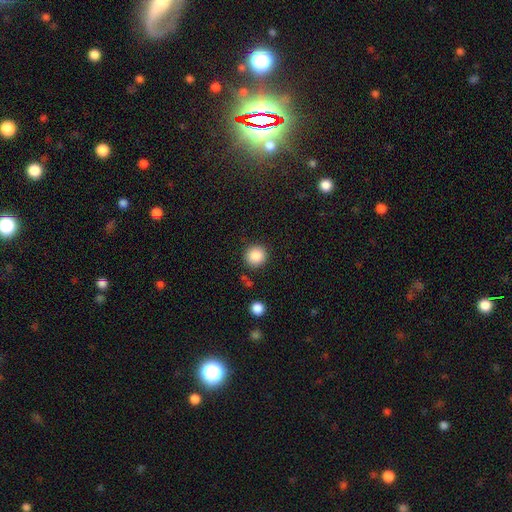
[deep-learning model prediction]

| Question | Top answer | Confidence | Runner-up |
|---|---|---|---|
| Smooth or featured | smooth | 87% | star or artifact (9%) |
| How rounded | round | 92% | in between (7%) |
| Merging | none | 88% | minor disturbance (7%) |